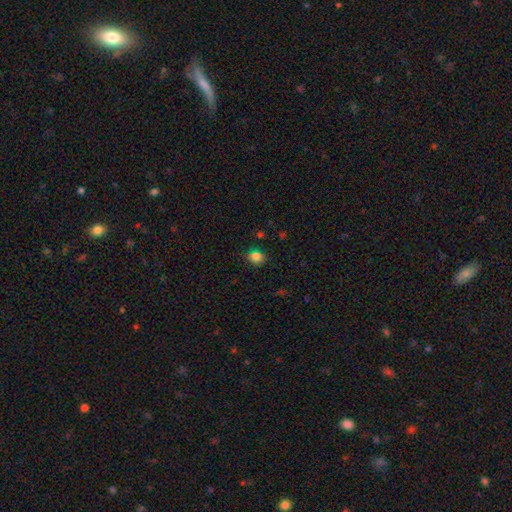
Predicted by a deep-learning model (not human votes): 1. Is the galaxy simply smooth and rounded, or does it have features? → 82% smooth, 14% star or artifact, 5% featured or disk.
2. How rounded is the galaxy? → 53% round, 46% in between, 1% cigar-shaped.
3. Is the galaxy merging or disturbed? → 79% none, 16% minor disturbance, 4% major disturbance, 2% merger.